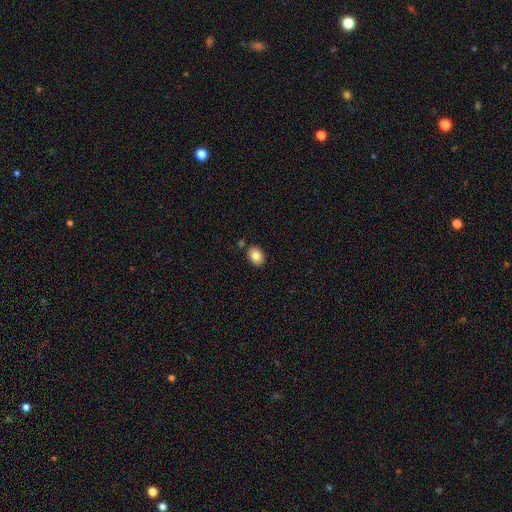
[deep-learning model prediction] smooth-or-featured: smooth: 84% | featured or disk: 8% | star or artifact: 8%
  how-rounded: in between: 69% | round: 30% | cigar-shaped: 1%
  merging: none: 84% | minor disturbance: 10% | merger: 4% | major disturbance: 2%